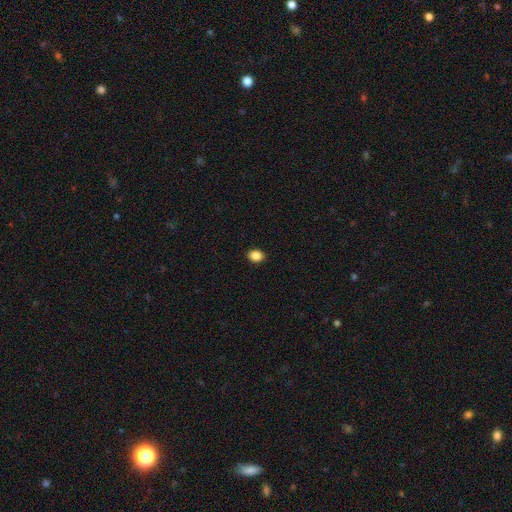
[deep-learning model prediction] Overall: smooth (87%). How rounded: in between (63%; round 36%). Merging: none (91%).